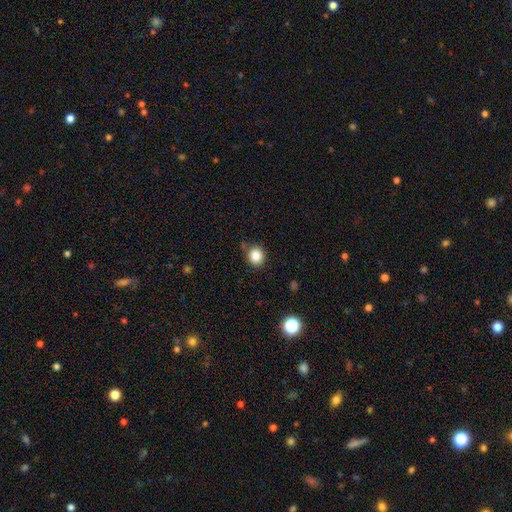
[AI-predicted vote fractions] Morphology: type=smooth (85%); roundness=round (84%); merging=none (81%).